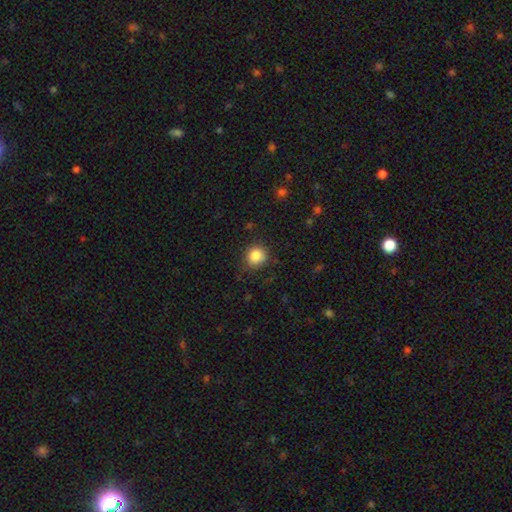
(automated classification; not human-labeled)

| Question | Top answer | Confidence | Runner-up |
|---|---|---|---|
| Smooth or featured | smooth | 85% | star or artifact (10%) |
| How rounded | round | 86% | in between (13%) |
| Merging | none | 79% | minor disturbance (16%) |